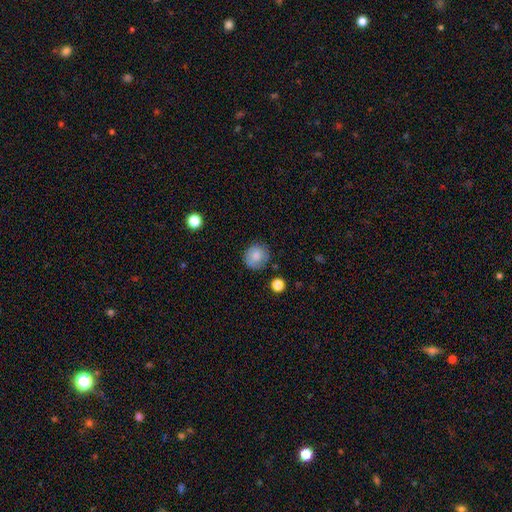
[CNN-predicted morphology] A smooth galaxy with no disk features (82%) that is round (87%). Merging: none (80%).